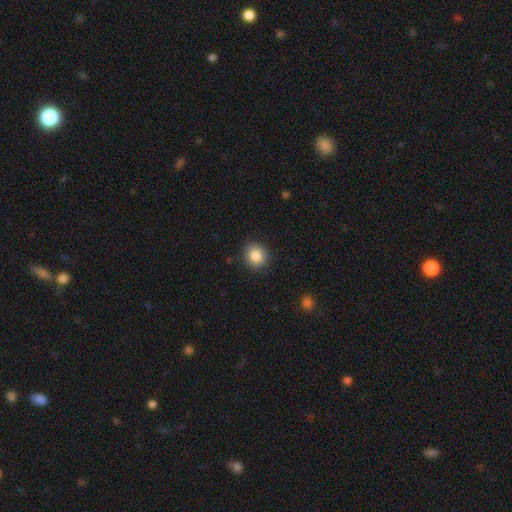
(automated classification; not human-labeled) smooth 85%, star or artifact 9%, featured or disk 5%. Down the decision tree: how rounded — round (85%); merging — none (89%).